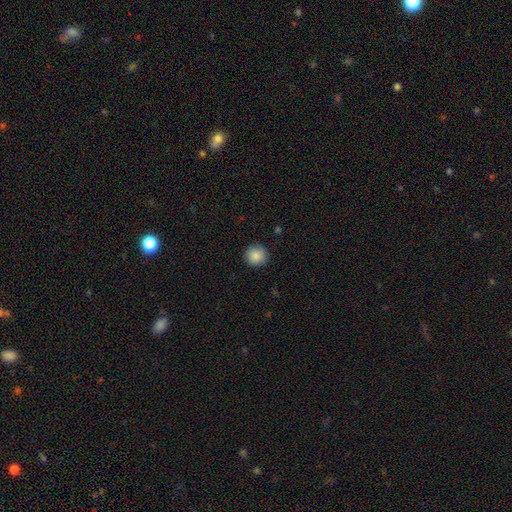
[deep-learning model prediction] smooth-or-featured: smooth: 88% | star or artifact: 8% | featured or disk: 3%
  how-rounded: round: 94% | in between: 5% | cigar-shaped: 1%
  merging: none: 92% | minor disturbance: 6% | major disturbance: 2% | merger: 1%